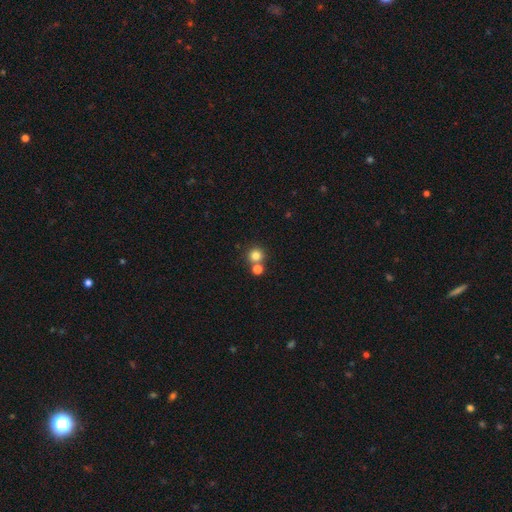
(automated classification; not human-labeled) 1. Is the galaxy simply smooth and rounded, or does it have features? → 80% smooth, 13% star or artifact, 7% featured or disk.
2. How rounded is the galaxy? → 93% round, 6% in between, 1% cigar-shaped.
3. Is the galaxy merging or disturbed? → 66% none, 25% merger, 6% minor disturbance, 3% major disturbance.